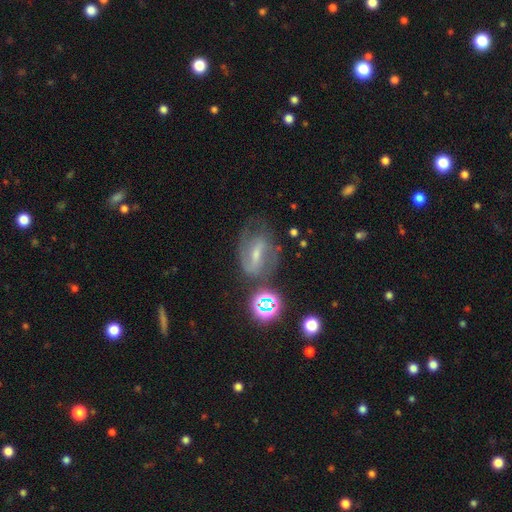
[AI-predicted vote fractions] Smooth or featured: featured or disk — 67% (smooth — 17%)
Edge-on disk: no — 93% (yes — 7%)
Bar: strong — 43% (weak — 41%)
Spiral arms: yes — 82% (no — 18%)
Spiral winding: medium — 44% (tight — 32%)
Spiral arm count: 2 — 59% (can't tell — 23%)
Bulge size: small — 54% (moderate — 32%)
Merging: none — 57% (minor disturbance — 21%)